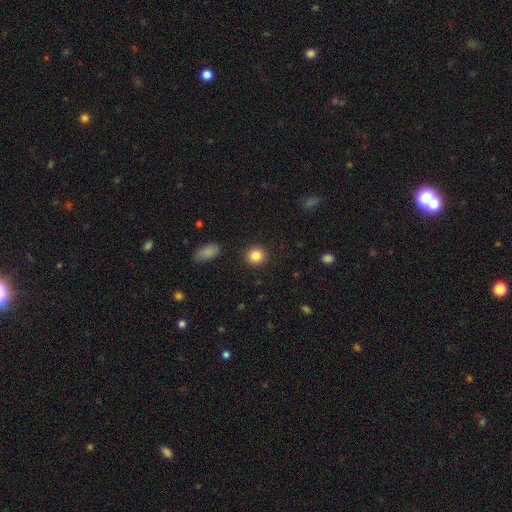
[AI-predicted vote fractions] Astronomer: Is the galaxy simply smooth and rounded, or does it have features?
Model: smooth — 86%.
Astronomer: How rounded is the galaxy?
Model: round — 89%.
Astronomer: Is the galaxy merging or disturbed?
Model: none — 91%.